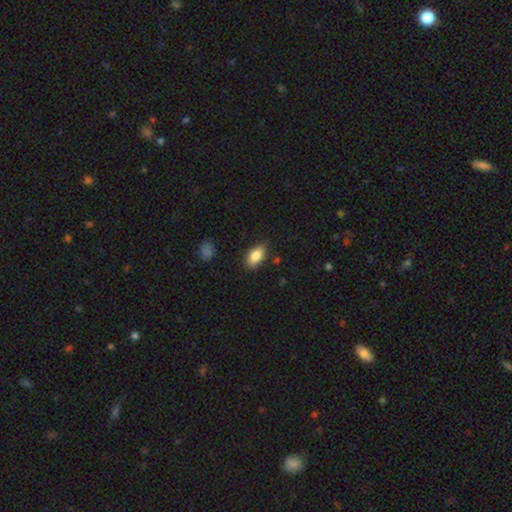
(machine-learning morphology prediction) smooth 86%, star or artifact 7%, featured or disk 6%. Down the decision tree: how rounded — in between (91%); merging — none (81%).